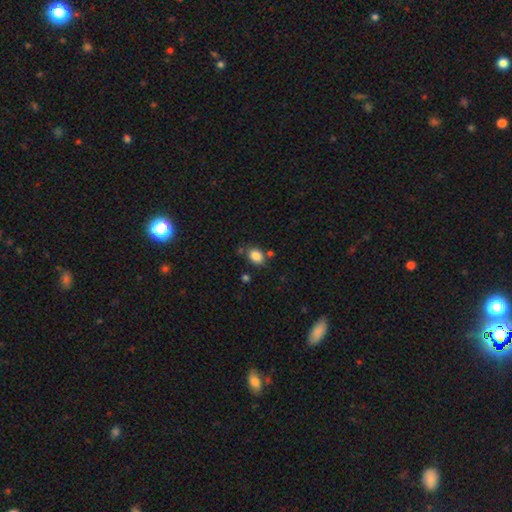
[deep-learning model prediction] A smooth galaxy with no disk features (85%) that is in between round and cigar-shaped (67%).

Vote fractions:
- Smooth or featured? smooth: 85% / star or artifact: 9% / featured or disk: 5%
- How rounded? in between: 67% / round: 32% / cigar-shaped: 1%
- Merging? none: 74% / minor disturbance: 14% / merger: 8% / major disturbance: 4%